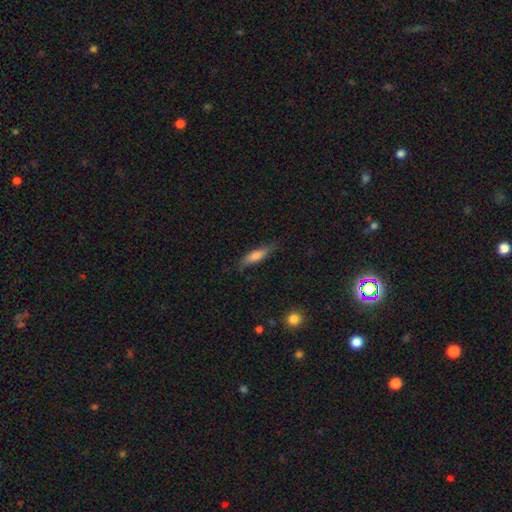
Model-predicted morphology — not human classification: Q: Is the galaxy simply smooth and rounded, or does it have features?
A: smooth — 68%.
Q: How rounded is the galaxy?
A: cigar-shaped — 73%.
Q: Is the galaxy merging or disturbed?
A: none — 79%.